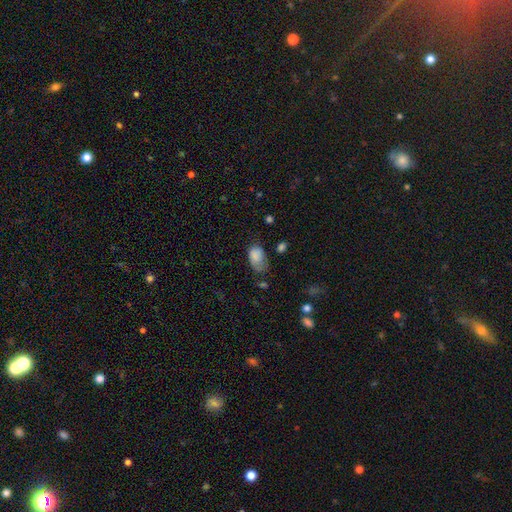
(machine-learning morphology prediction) Smooth or featured?
  - smooth: 82% *
  - featured or disk: 9%
  - star or artifact: 8%
How rounded?
  - in between: 88% *
  - round: 10%
  - cigar-shaped: 1%
Merging?
  - none: 38% * (tied)
  - minor disturbance: 38% * (tied)
  - major disturbance: 20%
  - merger: 3%